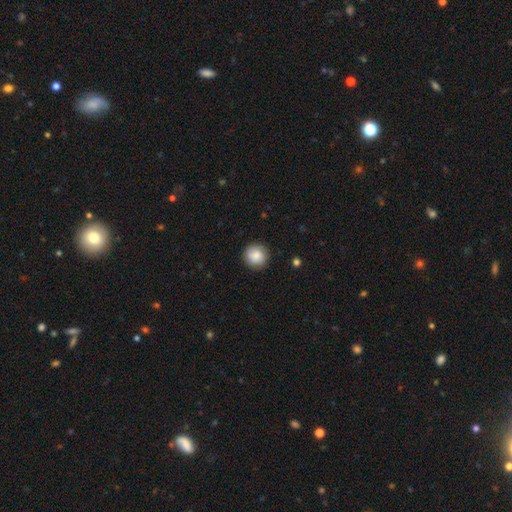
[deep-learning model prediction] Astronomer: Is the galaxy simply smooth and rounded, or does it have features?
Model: smooth — 83%.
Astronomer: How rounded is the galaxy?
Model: round — 94%.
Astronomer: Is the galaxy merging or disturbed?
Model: none — 88%.